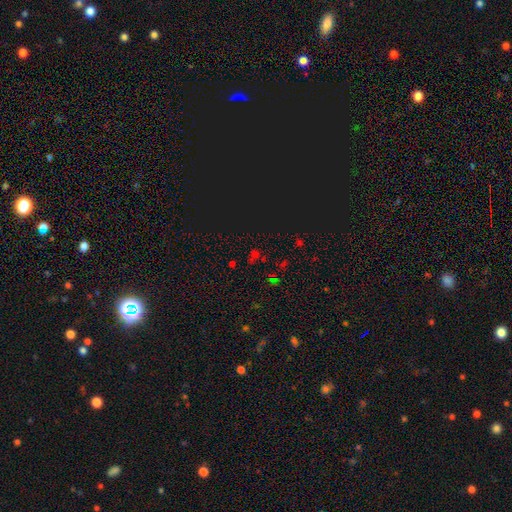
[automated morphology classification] A star or artifact, not a galaxy (65%).

Vote fractions:
- Smooth or featured? star or artifact: 65% / smooth: 26% / featured or disk: 9%